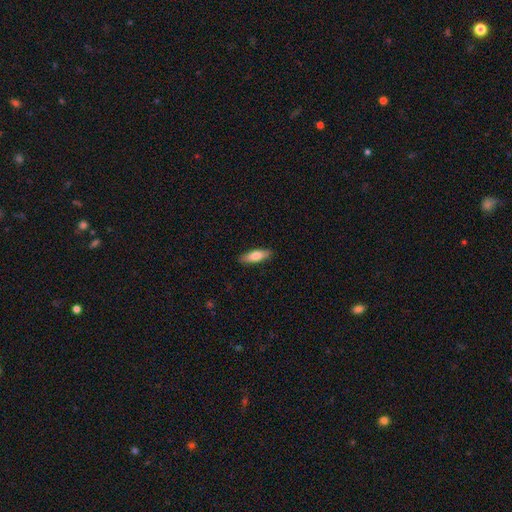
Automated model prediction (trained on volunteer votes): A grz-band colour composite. It shows a smooth galaxy with no disk features (76%) that is in between round and cigar-shaped (54%). Merging: none (88%).